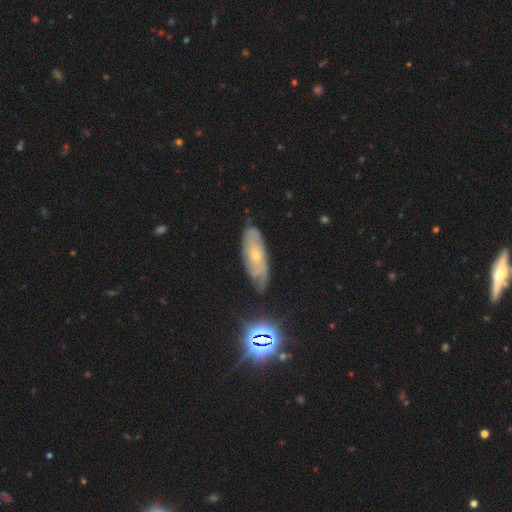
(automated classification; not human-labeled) Smooth or featured? Predicted: featured or disk (p=0.72). Edge-on disk? Predicted: no (p=0.86). Bar? Predicted: no (p=0.79). Spiral arms? Predicted: yes (p=0.88). Spiral winding? Predicted: tight (p=0.63). Spiral arm count? Predicted: can't tell (p=0.51). Bulge size? Predicted: small (p=0.72). Merging? Predicted: none (p=0.70).